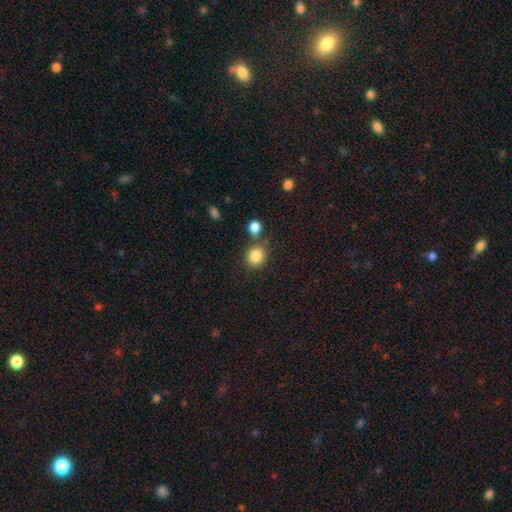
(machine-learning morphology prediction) A smooth galaxy with no disk features (85%) that is round (85%).

Vote fractions:
- Smooth or featured? smooth: 85% / star or artifact: 10% / featured or disk: 5%
- How rounded? round: 85% / in between: 14% / cigar-shaped: 1%
- Merging? none: 69% / merger: 17% / minor disturbance: 11% / major disturbance: 4%